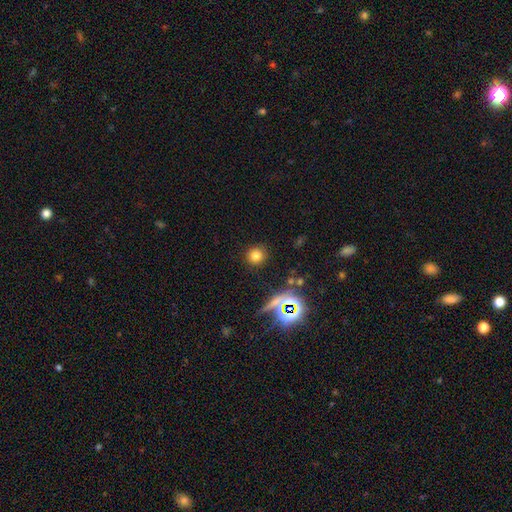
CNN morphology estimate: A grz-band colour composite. It shows a smooth galaxy with no disk features (72%) that is round (93%). Merging: none (89%).